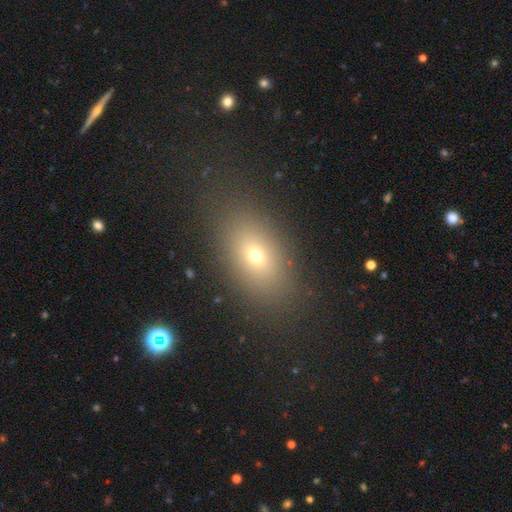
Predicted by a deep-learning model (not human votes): Morphology: type=smooth (66%); roundness=in between (77%); merging=none (82%).